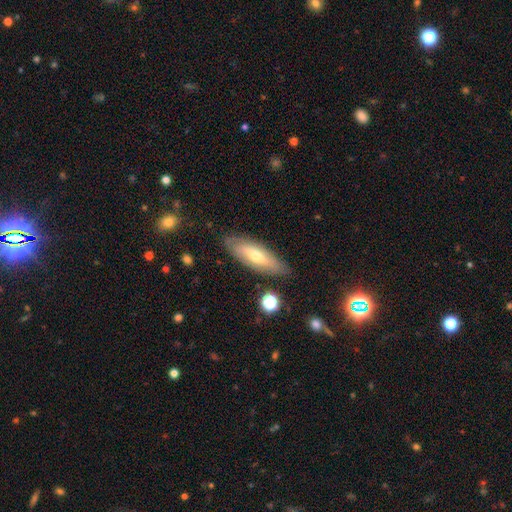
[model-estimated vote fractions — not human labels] Smooth or featured? smooth (51%)
How rounded? in between (55%)
Merging? none (82%)